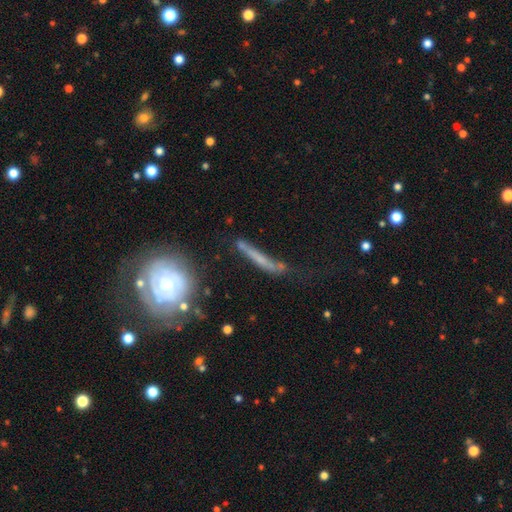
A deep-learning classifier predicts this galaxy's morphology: Q: Smooth or featured?
A: featured or disk (49%); runner-up: smooth (39%)
Q: Merging?
A: none (49%); runner-up: minor disturbance (24%)